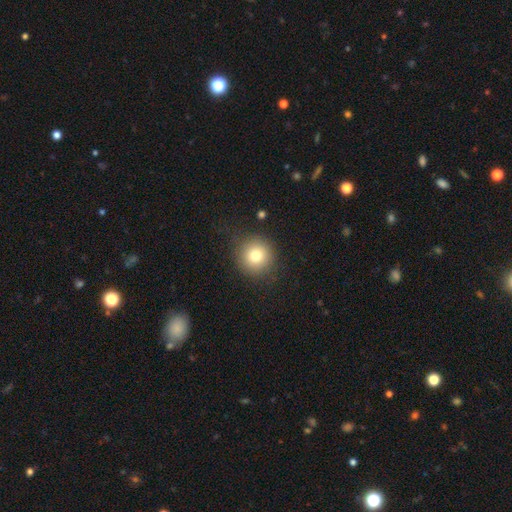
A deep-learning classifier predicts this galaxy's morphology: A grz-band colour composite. It shows a smooth galaxy with no disk features (78%) that is round (94%). Merging: none (87%).